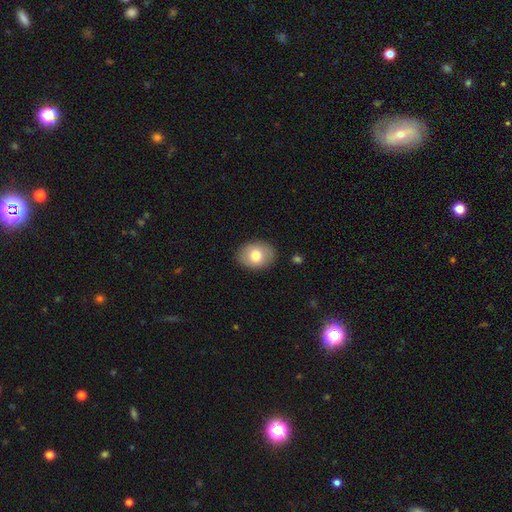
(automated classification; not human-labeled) Smooth or featured?
  - smooth: 75% *
  - featured or disk: 18%
  - star or artifact: 7%
How rounded?
  - in between: 65% *
  - round: 34%
  - cigar-shaped: 1%
Merging?
  - none: 87% *
  - minor disturbance: 10%
  - major disturbance: 2%
  - merger: 1%